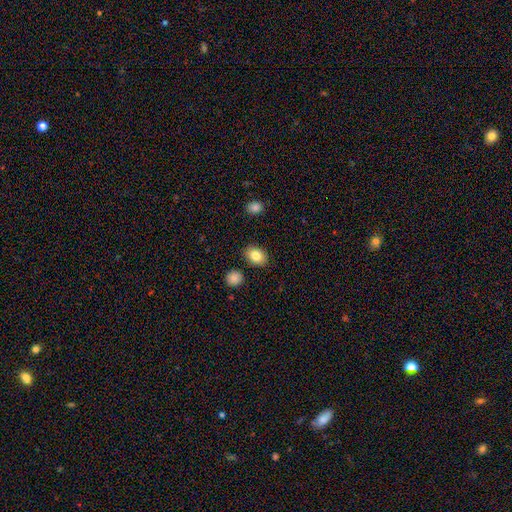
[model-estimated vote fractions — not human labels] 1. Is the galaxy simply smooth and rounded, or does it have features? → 83% smooth, 8% star or artifact, 8% featured or disk.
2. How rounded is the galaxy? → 70% in between, 29% round, 1% cigar-shaped.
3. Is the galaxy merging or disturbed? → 86% none, 9% minor disturbance, 3% merger, 2% major disturbance.